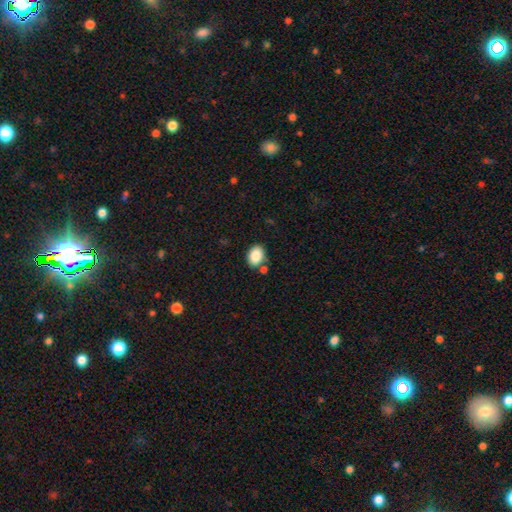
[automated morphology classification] Smooth or featured: smooth — 87% (star or artifact — 8%)
How rounded: in between — 78% (round — 21%)
Merging: none — 73% (minor disturbance — 13%)